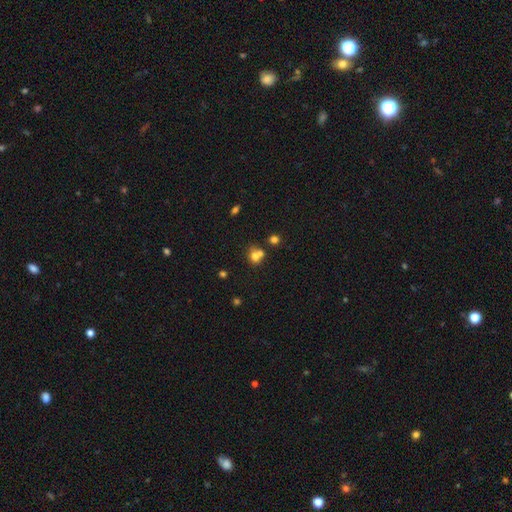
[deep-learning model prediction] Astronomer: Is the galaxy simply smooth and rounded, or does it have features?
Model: smooth — 70%.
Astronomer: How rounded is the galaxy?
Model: round — 72%.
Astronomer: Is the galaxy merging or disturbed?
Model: merger — 49% (runner-up: none, 39%).